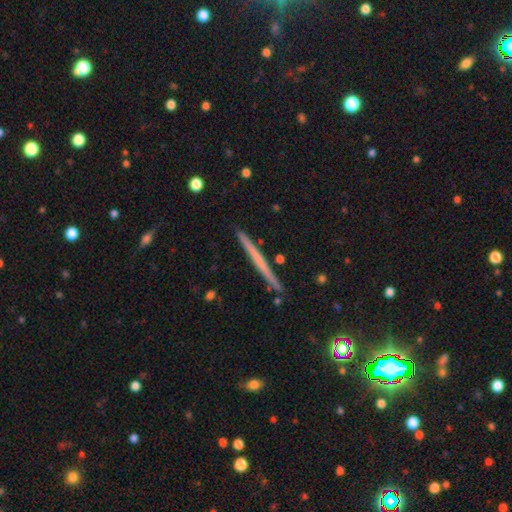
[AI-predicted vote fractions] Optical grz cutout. It shows a featured or disk galaxy (52%) viewed edge-on (98%) with no central bulge (88%). Merging: none (92%).